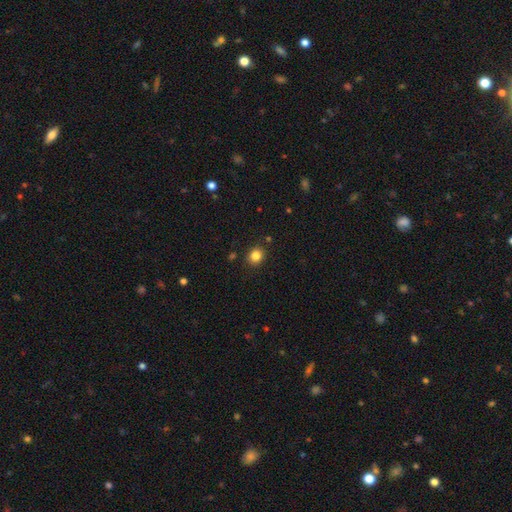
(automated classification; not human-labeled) Q: Smooth or featured?
A: smooth (84%); runner-up: star or artifact (12%)
Q: How rounded?
A: round (79%); runner-up: in between (20%)
Q: Merging?
A: none (88%); runner-up: minor disturbance (8%)